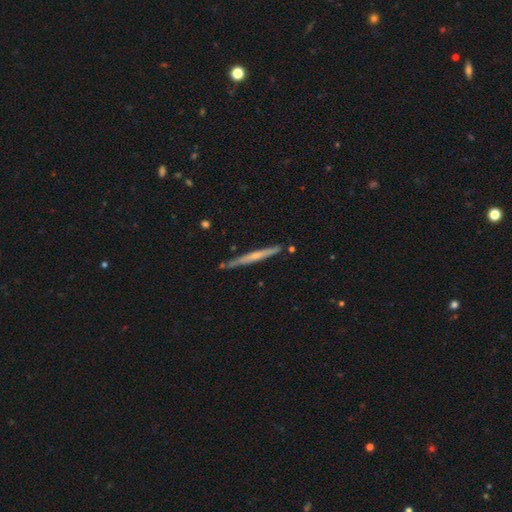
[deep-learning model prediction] Q: Smooth or featured?
A: featured or disk (60%); runner-up: smooth (35%)
Q: Edge-on disk?
A: yes (97%); runner-up: no (3%)
Q: Edge-on bulge?
A: none (53%); runner-up: rounded (42%)
Q: Merging?
A: none (84%); runner-up: minor disturbance (11%)